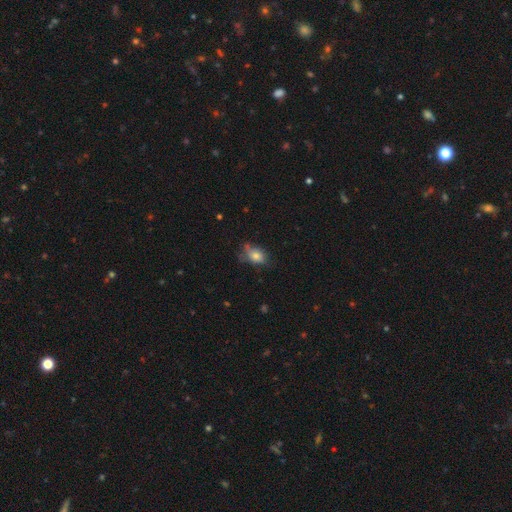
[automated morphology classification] The model was most divided on "merging": none: 48%, minor disturbance: 34%, major disturbance: 14%, merger: 4%. More confident: how rounded — in between (77%); smooth or featured — smooth (73%).